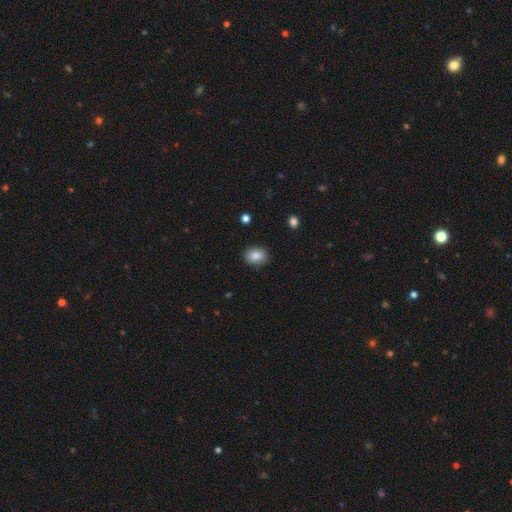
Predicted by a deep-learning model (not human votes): Smooth or featured?
  - smooth: 86% *
  - star or artifact: 8%
  - featured or disk: 5%
How rounded?
  - in between: 61% *
  - round: 38%
  - cigar-shaped: 1%
Merging?
  - none: 88% *
  - minor disturbance: 9%
  - major disturbance: 2%
  - merger: 1%